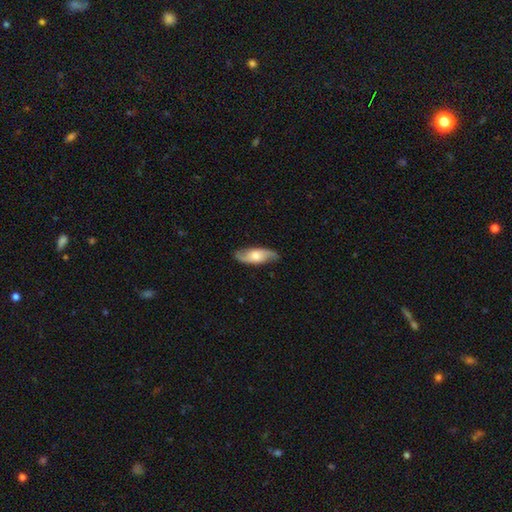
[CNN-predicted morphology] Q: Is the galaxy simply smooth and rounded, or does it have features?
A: featured or disk — 56%.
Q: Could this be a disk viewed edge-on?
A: no — 78%.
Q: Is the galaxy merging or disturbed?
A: none — 82%.